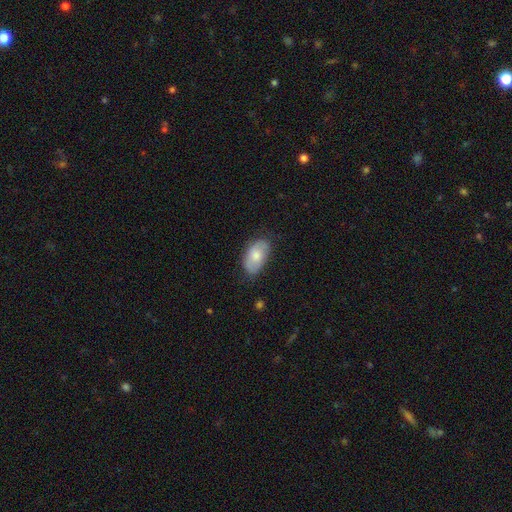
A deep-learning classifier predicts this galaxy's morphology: A smooth galaxy with no disk features (67%) that is in between round and cigar-shaped (93%).

Vote fractions:
- Smooth or featured? smooth: 67% / featured or disk: 27% / star or artifact: 6%
- How rounded? in between: 93% / round: 5% / cigar-shaped: 2%
- Merging? none: 69% / minor disturbance: 24% / major disturbance: 6% / merger: 1%